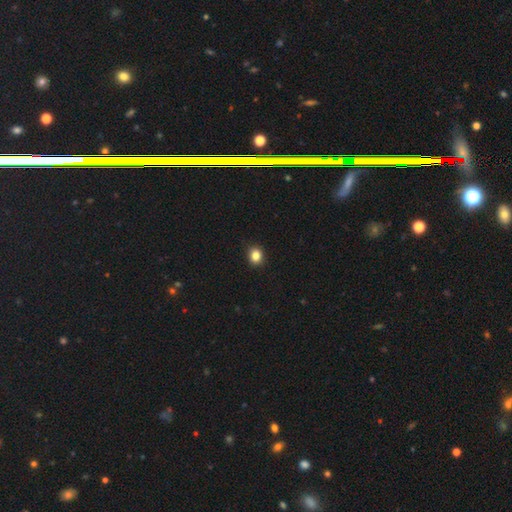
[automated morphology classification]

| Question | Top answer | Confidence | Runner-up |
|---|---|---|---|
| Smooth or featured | smooth | 84% | star or artifact (11%) |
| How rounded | round | 70% | in between (29%) |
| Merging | none | 90% | minor disturbance (7%) |